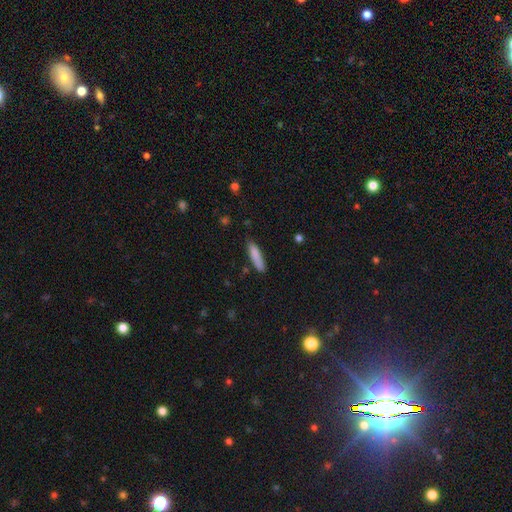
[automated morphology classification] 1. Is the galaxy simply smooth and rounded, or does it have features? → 85% smooth, 9% featured or disk, 6% star or artifact.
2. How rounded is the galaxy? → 74% cigar-shaped, 24% in between, 1% round.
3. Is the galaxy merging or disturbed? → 78% none, 17% minor disturbance, 3% major disturbance, 2% merger.